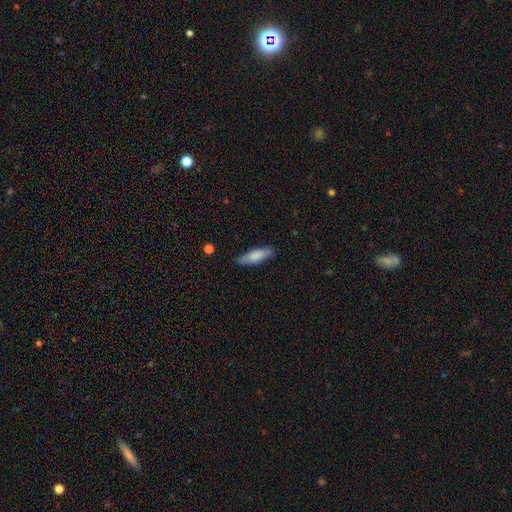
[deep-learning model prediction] Overall: smooth (75%). How rounded: cigar-shaped (56%; in between 43%). Merging: none (82%).